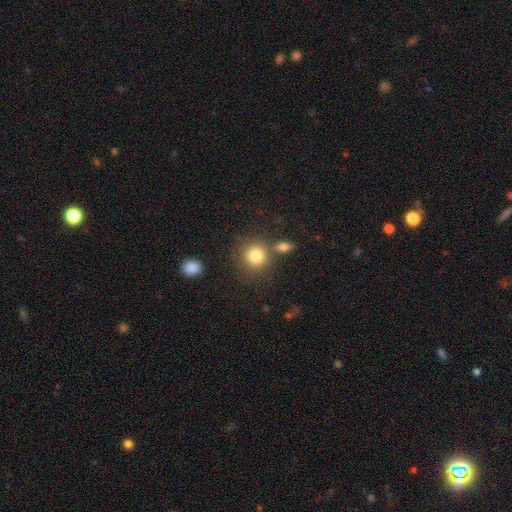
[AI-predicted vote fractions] Q: Smooth or featured?
A: smooth (82%); runner-up: star or artifact (10%)
Q: How rounded?
A: round (88%); runner-up: in between (11%)
Q: Merging?
A: none (72%); runner-up: merger (14%)